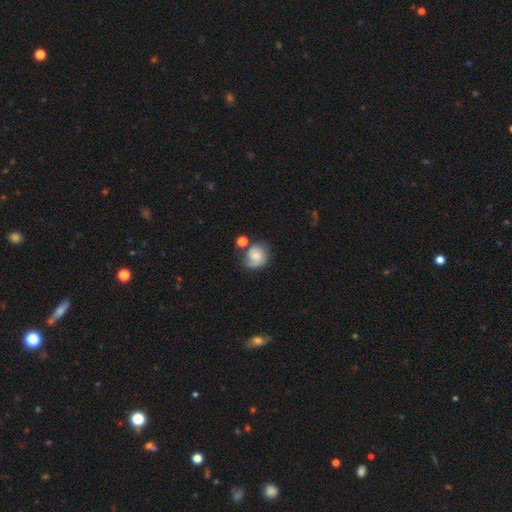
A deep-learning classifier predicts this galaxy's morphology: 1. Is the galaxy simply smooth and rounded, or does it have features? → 46% featured or disk, 45% smooth, 9% star or artifact.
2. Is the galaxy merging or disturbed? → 52% none, 22% minor disturbance, 15% merger, 10% major disturbance.